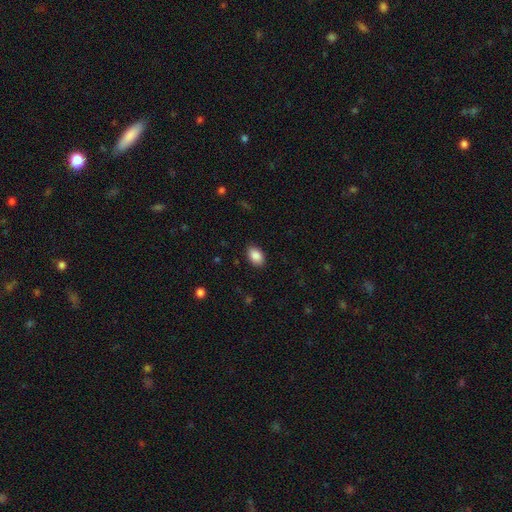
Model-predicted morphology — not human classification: Smooth or featured: smooth — 89% (star or artifact — 7%)
How rounded: in between — 88% (round — 11%)
Merging: none — 87% (minor disturbance — 10%)